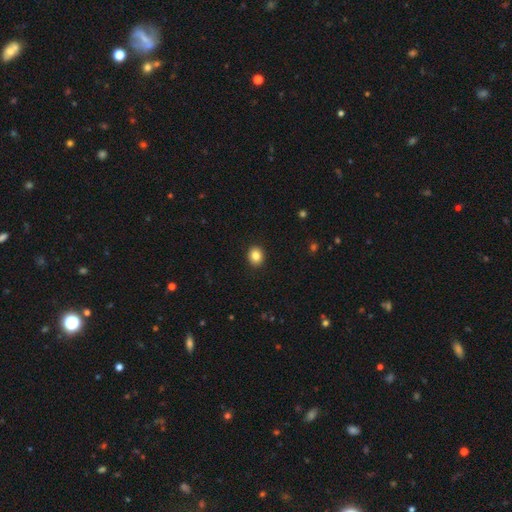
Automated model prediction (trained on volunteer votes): Smooth or featured? Predicted: smooth (p=0.85). How rounded? Predicted: round (p=0.66). Merging? Predicted: none (p=0.92).